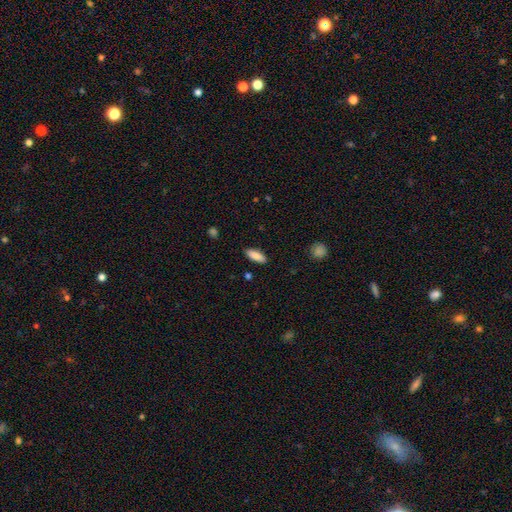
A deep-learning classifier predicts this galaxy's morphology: Smooth or featured?
  - smooth: 88% *
  - star or artifact: 6%
  - featured or disk: 6%
How rounded?
  - in between: 72% *
  - cigar-shaped: 26%
  - round: 2%
Merging?
  - none: 88% *
  - minor disturbance: 9%
  - major disturbance: 2%
  - merger: 1%